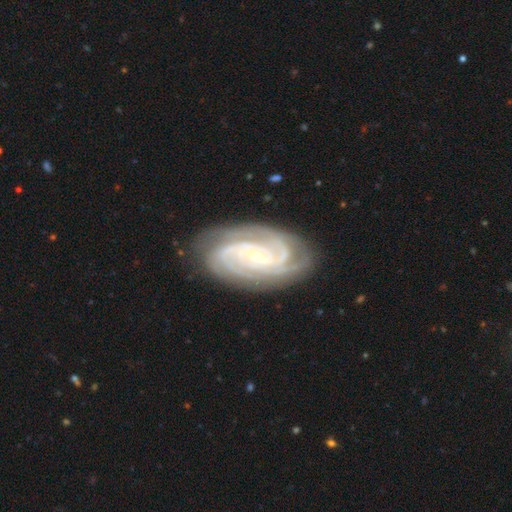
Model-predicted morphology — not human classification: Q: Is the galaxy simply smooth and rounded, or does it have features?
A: featured or disk — 90%.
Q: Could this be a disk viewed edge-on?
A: no — 97%.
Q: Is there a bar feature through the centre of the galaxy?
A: no — 66%.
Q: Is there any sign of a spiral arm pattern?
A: yes — 98%.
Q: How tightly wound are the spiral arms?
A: tight — 73%.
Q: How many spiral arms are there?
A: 3 — 28%.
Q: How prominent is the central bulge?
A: small — 84%.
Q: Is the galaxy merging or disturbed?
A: none — 81%.